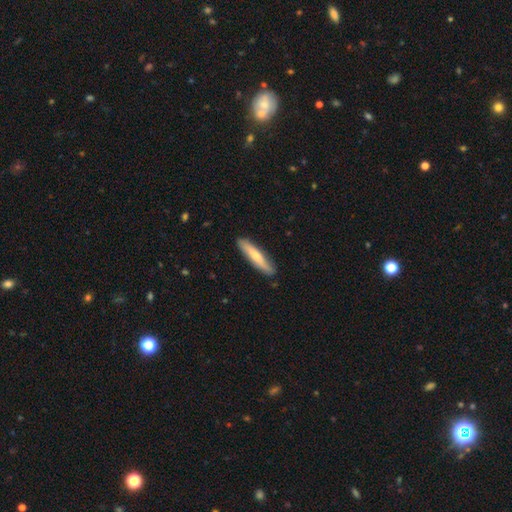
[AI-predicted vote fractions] This is likely a smooth galaxy (60%). How rounded: clearly cigar-shaped (87%). Merging: clearly none (87%).